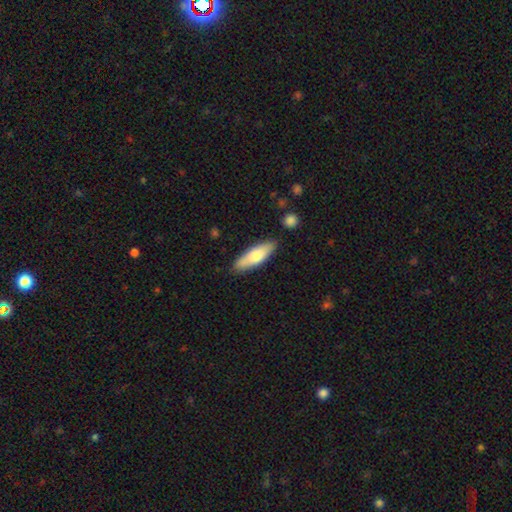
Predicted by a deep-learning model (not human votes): Smooth or featured?
  - smooth: 70% *
  - featured or disk: 25%
  - star or artifact: 5%
How rounded?
  - in between: 49% * (tied)
  - cigar-shaped: 49% * (tied)
  - round: 2%
Merging?
  - none: 83% *
  - minor disturbance: 12%
  - merger: 3%
  - major disturbance: 2%